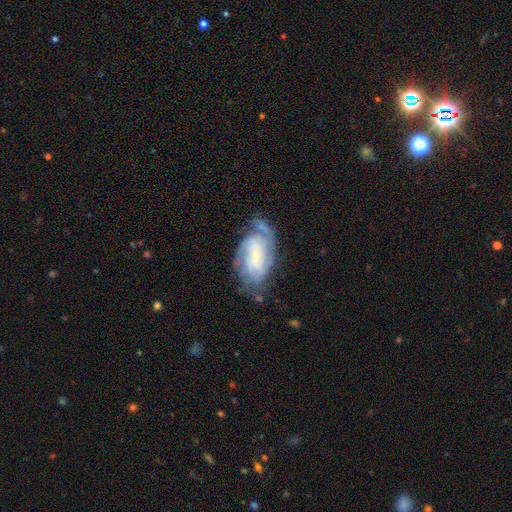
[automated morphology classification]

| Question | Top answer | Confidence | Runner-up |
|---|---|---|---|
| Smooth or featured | featured or disk | 80% | smooth (14%) |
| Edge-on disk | no | 96% | yes (4%) |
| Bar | no | 45% | weak (38%) |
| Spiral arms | yes | 94% | no (6%) |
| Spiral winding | tight | 54% | medium (36%) |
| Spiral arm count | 2 | 32% | can't tell (29%) |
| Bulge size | small | 62% | moderate (18%) |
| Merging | none | 60% | minor disturbance (23%) |